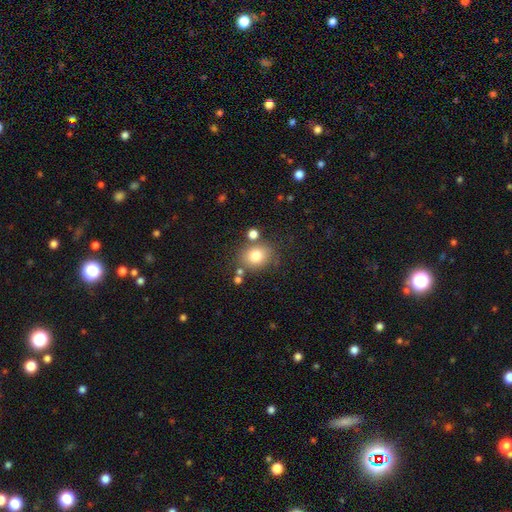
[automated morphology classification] This is likely a smooth galaxy (78%). How rounded: likely round (63%). Merging: likely none (71%).